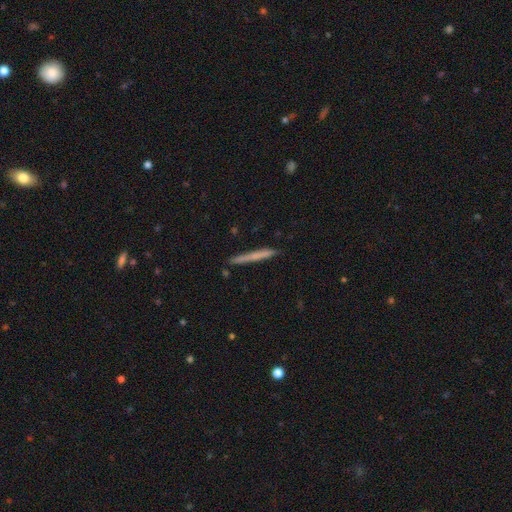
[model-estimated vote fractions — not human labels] Morphology: type=smooth (61%); roundness=cigar-shaped (97%); merging=none (88%).